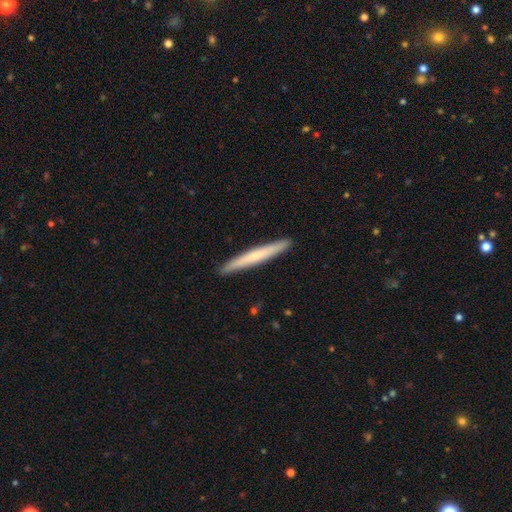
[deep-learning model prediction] Smooth or featured? Predicted: smooth (p=0.56). How rounded? Predicted: cigar-shaped (p=0.97). Merging? Predicted: none (p=0.92).